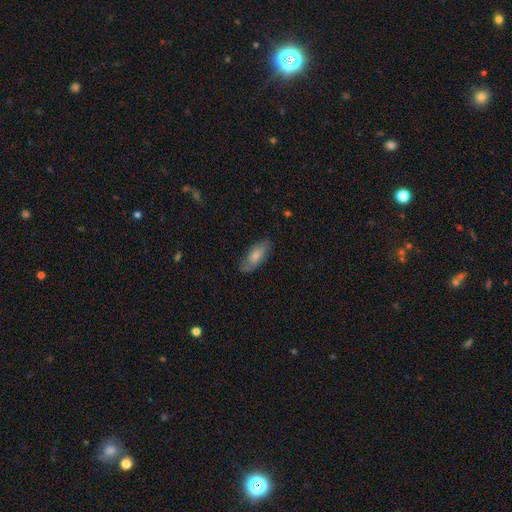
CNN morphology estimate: Smooth or featured? smooth (69%)
How rounded? in between (82%)
Merging? none (77%)